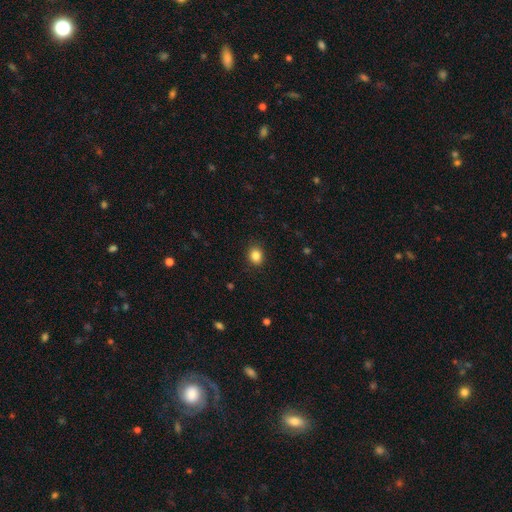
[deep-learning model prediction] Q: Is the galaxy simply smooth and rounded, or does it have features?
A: smooth — 85%.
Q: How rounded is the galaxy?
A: round — 64%.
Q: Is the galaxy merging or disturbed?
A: none — 89%.